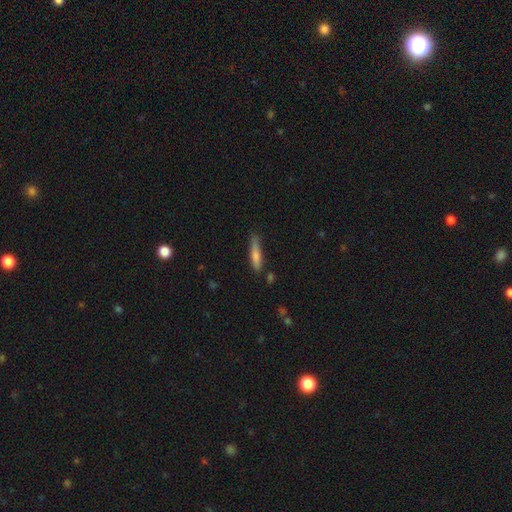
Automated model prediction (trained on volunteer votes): A smooth galaxy with no disk features (63%) that is cigar-shaped (86%). Merging: none (76%).